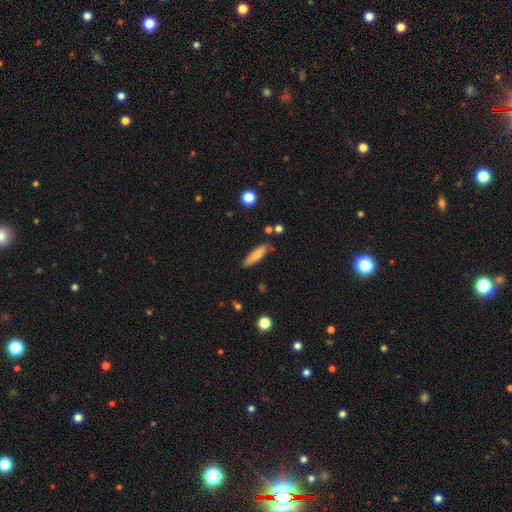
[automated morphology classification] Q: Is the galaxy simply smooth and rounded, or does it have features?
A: smooth — 75%.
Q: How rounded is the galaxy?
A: cigar-shaped — 71%.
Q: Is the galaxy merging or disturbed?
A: none — 82%.